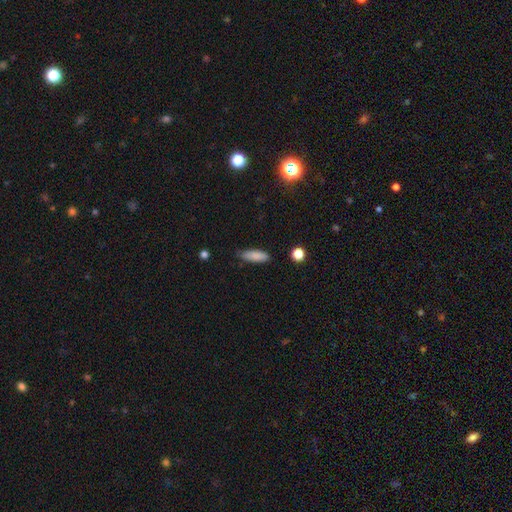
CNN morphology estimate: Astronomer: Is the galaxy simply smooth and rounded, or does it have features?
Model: smooth — 86%.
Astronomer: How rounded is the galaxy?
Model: cigar-shaped — 49%, tied with in between at 49%.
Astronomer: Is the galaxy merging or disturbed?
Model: none — 79%.